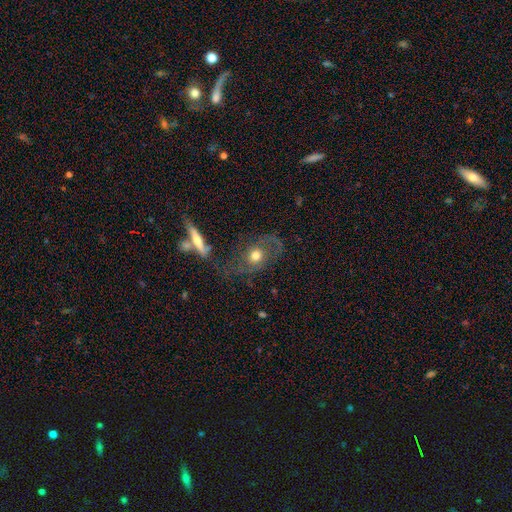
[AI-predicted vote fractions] This is possibly a featured or disk galaxy (57%). It is clearly not viewed edge-on (88%). Bar: likely no (77%). Spiral arm pattern: likely yes (71%). Central bulge: likely moderate (62%). Merging: possibly none (51%).